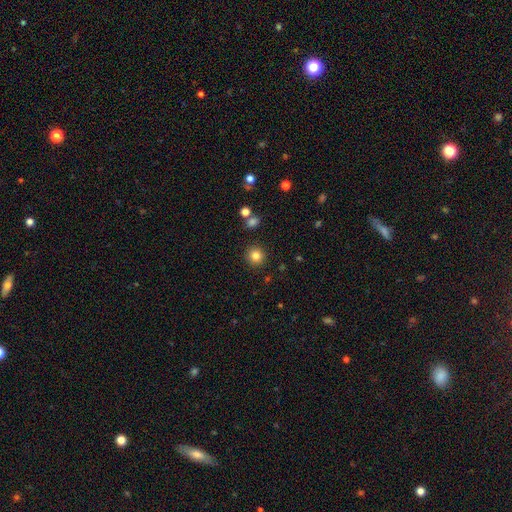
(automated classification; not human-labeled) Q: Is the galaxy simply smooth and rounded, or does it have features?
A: smooth — 82%.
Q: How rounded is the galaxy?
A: round — 93%.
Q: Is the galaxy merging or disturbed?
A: none — 90%.